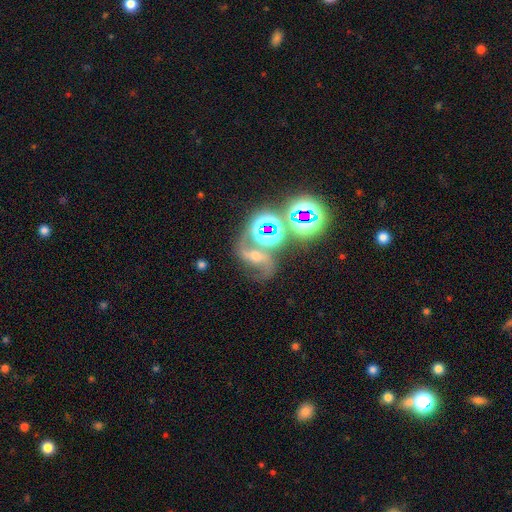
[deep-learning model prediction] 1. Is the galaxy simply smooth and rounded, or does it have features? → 57% featured or disk, 30% star or artifact, 13% smooth.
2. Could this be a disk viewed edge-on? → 96% no, 4% yes.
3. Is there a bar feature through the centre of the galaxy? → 35% strong, 34% no, 31% weak.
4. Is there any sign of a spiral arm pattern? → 90% yes, 10% no.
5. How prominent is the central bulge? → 53% moderate, 28% small, 11% large, 5% none, 3% dominant.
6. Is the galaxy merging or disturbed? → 46% none, 26% merger, 15% minor disturbance, 13% major disturbance.